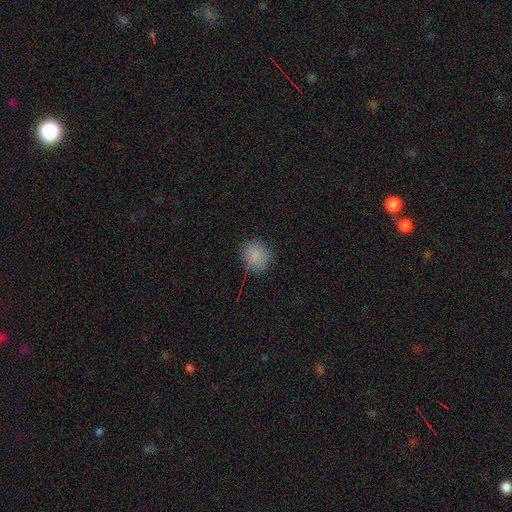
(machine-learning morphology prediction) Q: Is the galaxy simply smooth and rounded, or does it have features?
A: smooth — 83%.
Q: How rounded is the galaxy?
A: round — 71%.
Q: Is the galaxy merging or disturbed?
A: none — 75%.